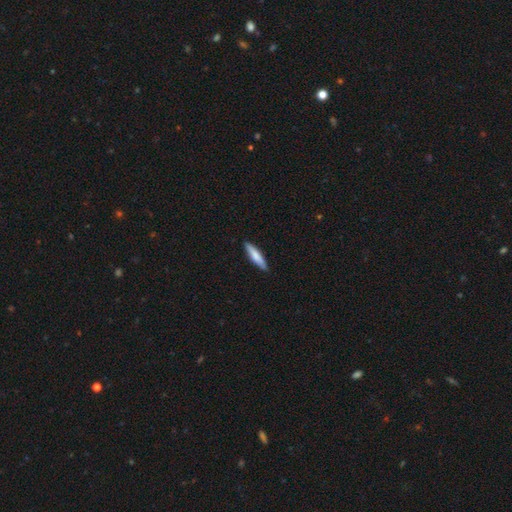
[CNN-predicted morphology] Q: Smooth or featured?
A: smooth (73%); runner-up: featured or disk (22%)
Q: How rounded?
A: cigar-shaped (82%); runner-up: in between (16%)
Q: Merging?
A: none (89%); runner-up: minor disturbance (8%)